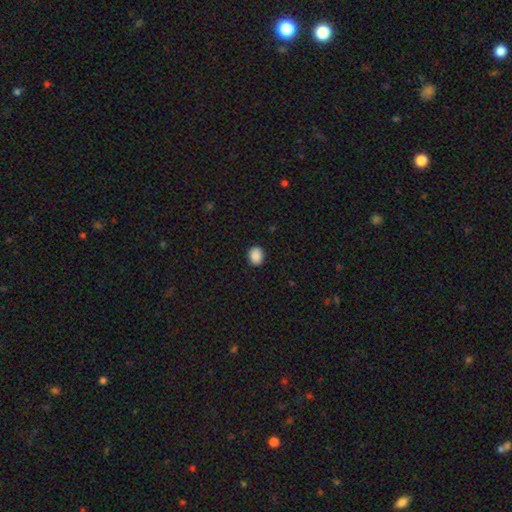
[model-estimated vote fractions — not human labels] Smooth or featured? Predicted: smooth (p=0.90). How rounded? Predicted: in between (p=0.50). Merging? Predicted: none (p=0.90).